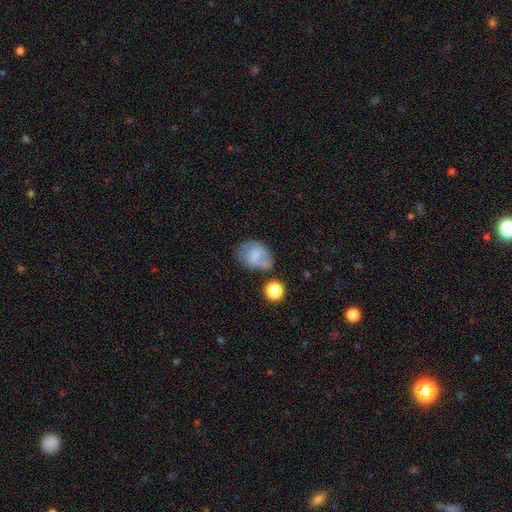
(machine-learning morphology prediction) smooth-or-featured: smooth: 59% | featured or disk: 31% | star or artifact: 10%
  how-rounded: in between: 70% | round: 29% | cigar-shaped: 1%
  merging: none: 48% | minor disturbance: 29% | major disturbance: 15% | merger: 8%